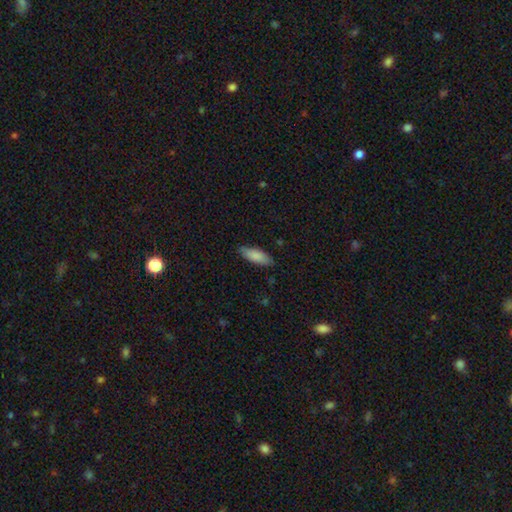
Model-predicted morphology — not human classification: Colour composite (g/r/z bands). It shows a smooth galaxy with no disk features (86%) that is in between round and cigar-shaped (65%). Merging: none (83%).